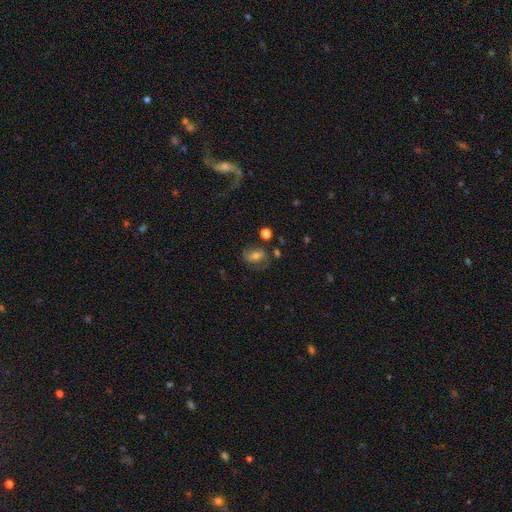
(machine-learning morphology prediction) Smooth or featured?
  - smooth: 47% *
  - featured or disk: 40%
  - star or artifact: 13%
Merging?
  - none: 54% *
  - minor disturbance: 21%
  - major disturbance: 19%
  - merger: 6%